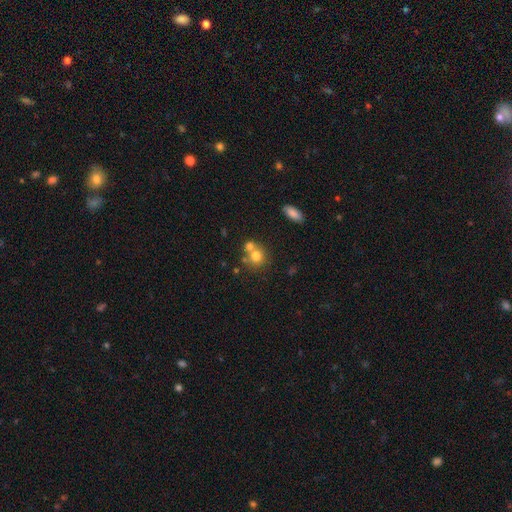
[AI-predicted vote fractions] Smooth or featured: smooth — 74% (featured or disk — 15%)
How rounded: round — 81% (in between — 18%)
Merging: merger — 46% (none — 43%)